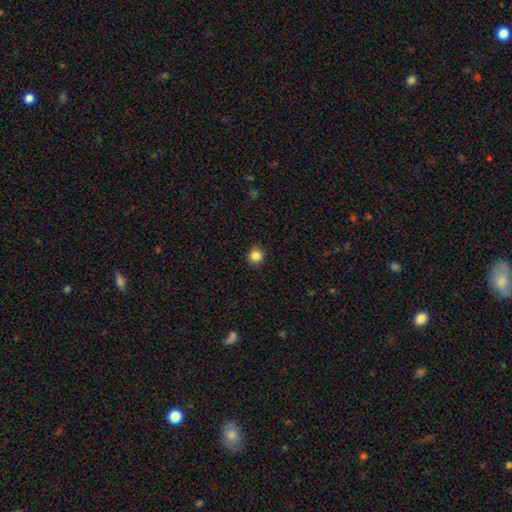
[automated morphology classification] smooth_or_featured: smooth (p=0.85) [alt: star or artifact p=0.11]
how_rounded: round (p=0.94) [alt: in between p=0.06]
merging: none (p=0.92) [alt: minor disturbance p=0.06]